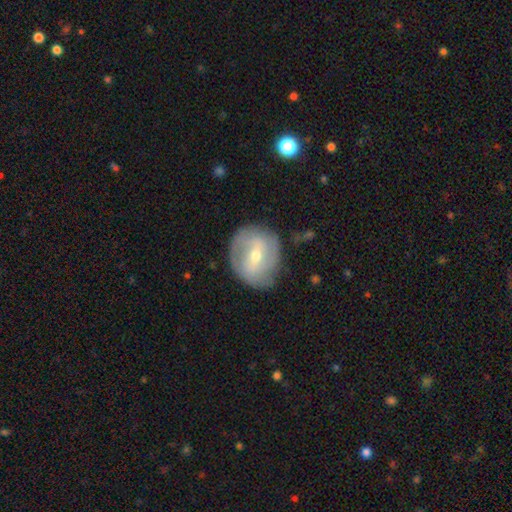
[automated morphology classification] Smooth or featured?
  - featured or disk: 65% *
  - smooth: 28%
  - star or artifact: 7%
Edge-on disk?
  - no: 95% *
  - yes: 5%
Bar?
  - weak: 47% *
  - strong: 33%
  - no: 19%
Spiral arms?
  - yes: 67% *
  - no: 33%
Bulge size?
  - moderate: 54% *
  - small: 42%
  - large: 2%
  - none: 1%
  - dominant: 1%
Merging?
  - none: 73% *
  - minor disturbance: 19%
  - major disturbance: 7%
  - merger: 2%